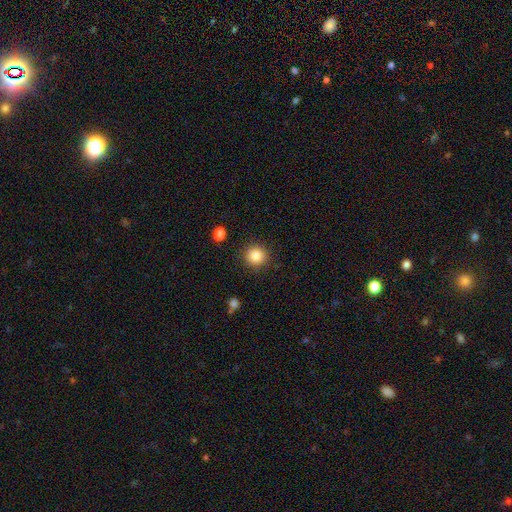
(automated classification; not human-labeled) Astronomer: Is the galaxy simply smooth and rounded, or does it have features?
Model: smooth — 86%.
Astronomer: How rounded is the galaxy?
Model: round — 93%.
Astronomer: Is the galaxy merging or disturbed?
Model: none — 89%.